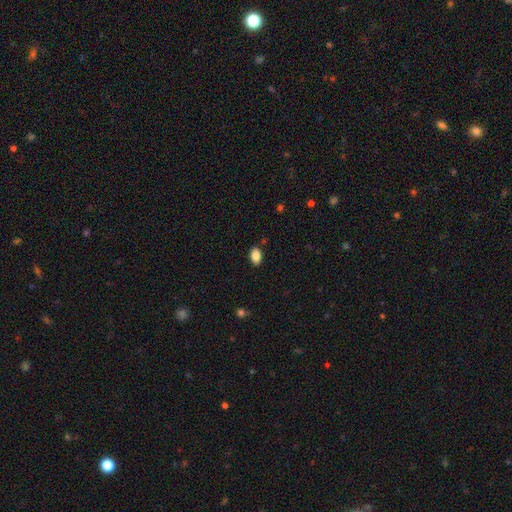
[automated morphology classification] This appears to be a smooth galaxy with no disk features (86%) that is in between round and cigar-shaped (89%). Merging: none (87%).